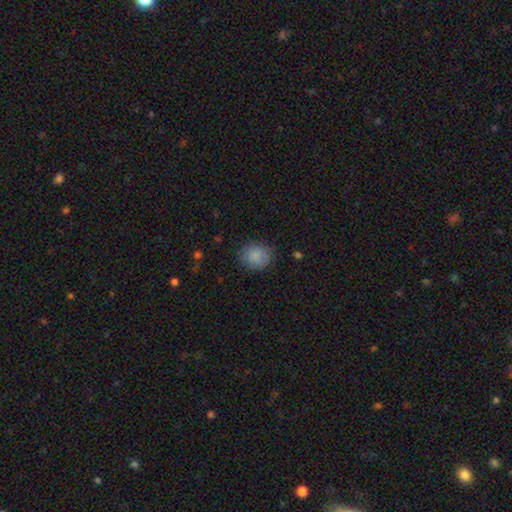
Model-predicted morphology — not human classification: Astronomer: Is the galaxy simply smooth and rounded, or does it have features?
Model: smooth — 86%.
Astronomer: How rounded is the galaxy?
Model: round — 77%.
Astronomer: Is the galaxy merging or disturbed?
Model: none — 83%.